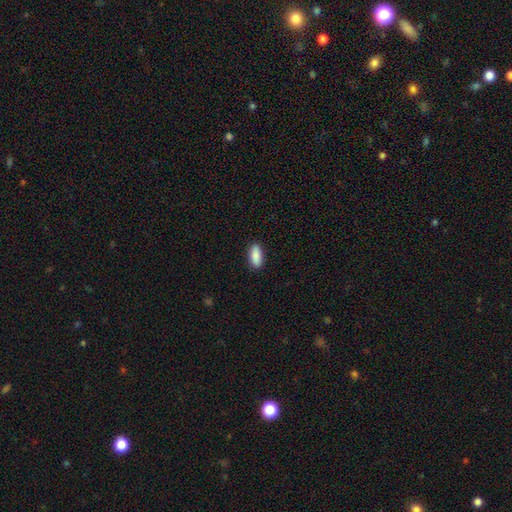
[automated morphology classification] Overall: smooth (88%). How rounded: in between (85%). Merging: none (89%).